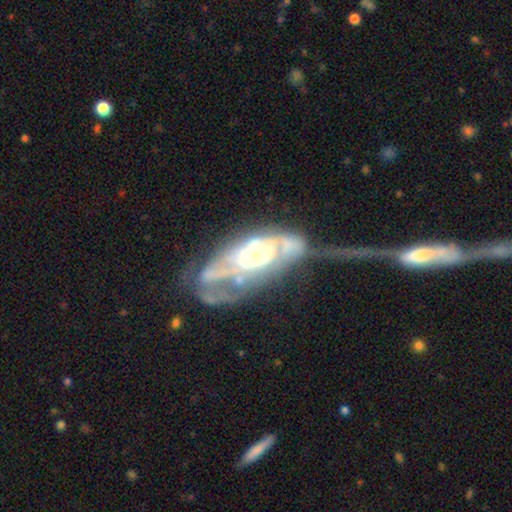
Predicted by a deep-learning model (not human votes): The model was most divided on "bulge size": moderate: 40%, small: 23%, large: 20%, none: 13%, dominant: 4%. Remaining: edge-on disk — no (90%); smooth or featured — featured or disk (77%); bar — no (65%); spiral arms — yes (63%); merging — major disturbance (49%).